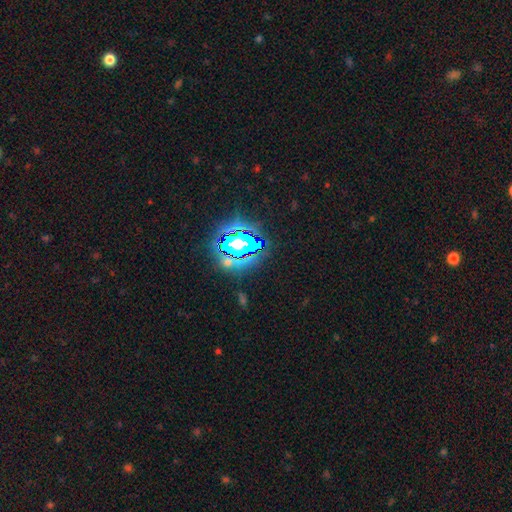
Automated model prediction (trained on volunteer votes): Overall: star or artifact (84%).